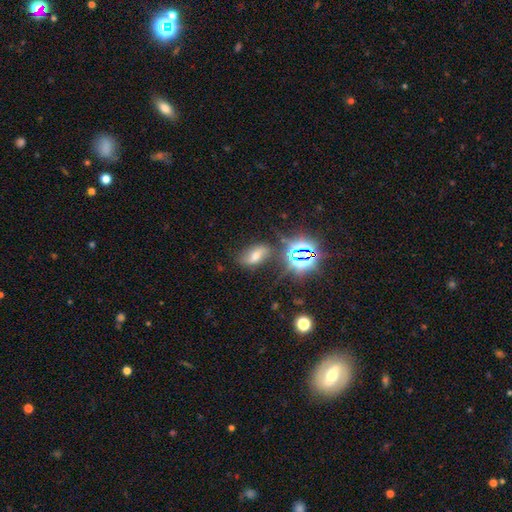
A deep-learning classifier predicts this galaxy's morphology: smooth 44%, star or artifact 32%, featured or disk 24%. Down the decision tree: merging — none (67%).